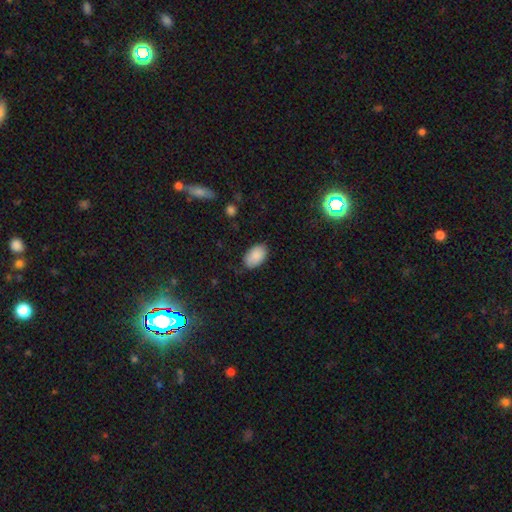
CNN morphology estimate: Smooth or featured?
  - smooth: 88% *
  - star or artifact: 7%
  - featured or disk: 5%
How rounded?
  - in between: 93% *
  - round: 6%
  - cigar-shaped: 1%
Merging?
  - none: 80% *
  - minor disturbance: 16%
  - major disturbance: 3%
  - merger: 1%